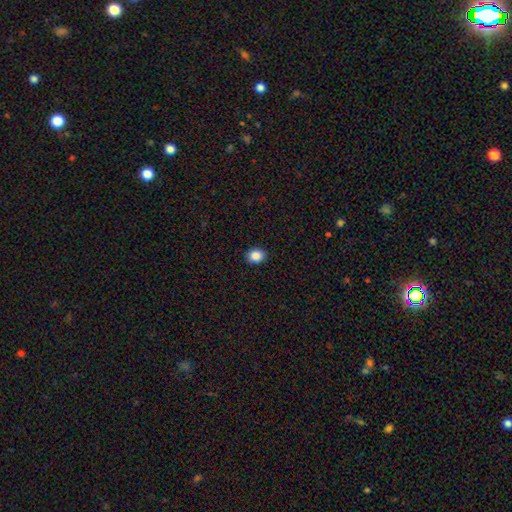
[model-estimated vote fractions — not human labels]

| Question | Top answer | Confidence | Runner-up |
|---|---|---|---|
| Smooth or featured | smooth | 87% | star or artifact (9%) |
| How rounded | round | 56% | in between (43%) |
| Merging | none | 91% | minor disturbance (6%) |